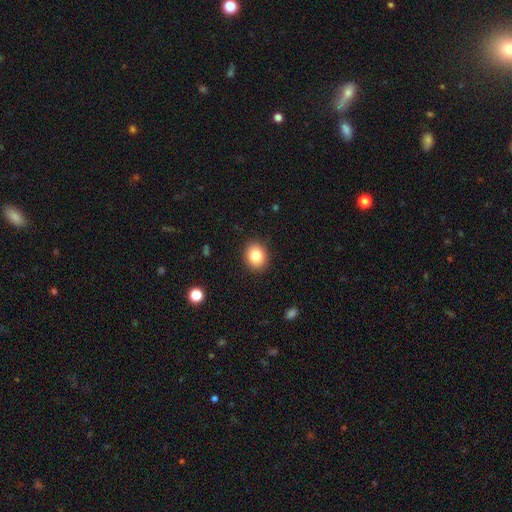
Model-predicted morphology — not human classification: Smooth or featured? smooth (84%)
How rounded? round (60%)
Merging? none (89%)